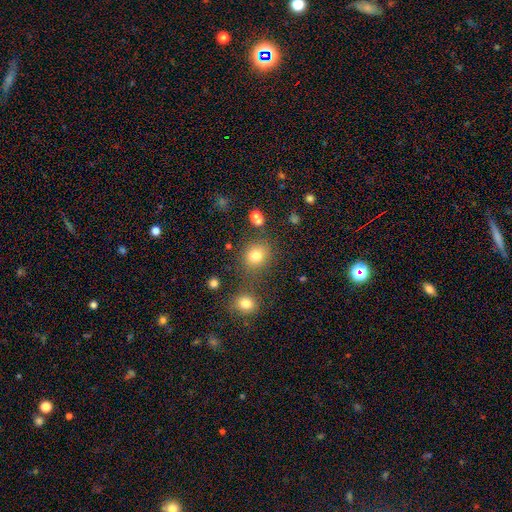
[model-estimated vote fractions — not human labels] Smooth or featured?
  - smooth: 78% *
  - star or artifact: 15%
  - featured or disk: 7%
How rounded?
  - round: 75% *
  - in between: 23%
  - cigar-shaped: 1%
Merging?
  - none: 73% *
  - minor disturbance: 11%
  - merger: 11%
  - major disturbance: 5%